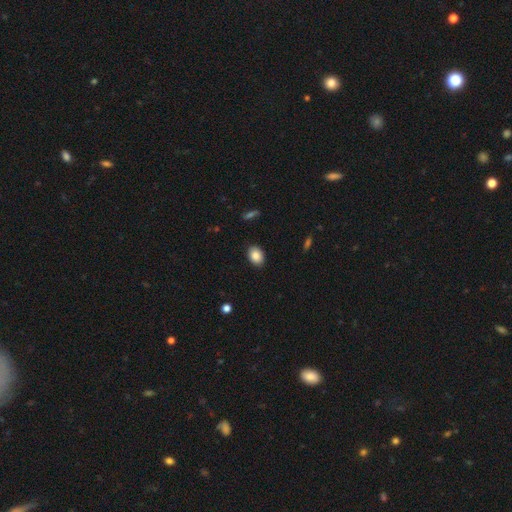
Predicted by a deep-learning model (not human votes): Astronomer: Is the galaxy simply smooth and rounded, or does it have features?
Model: smooth — 87%.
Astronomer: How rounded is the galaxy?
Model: in between — 74%.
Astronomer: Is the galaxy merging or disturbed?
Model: none — 88%.